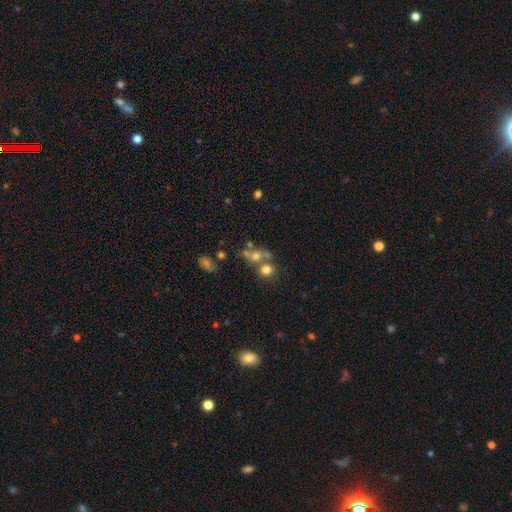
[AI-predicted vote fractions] Smooth or featured: smooth — 58% (featured or disk — 23%)
How rounded: round — 72% (in between — 26%)
Merging: merger — 45% (none — 39%)